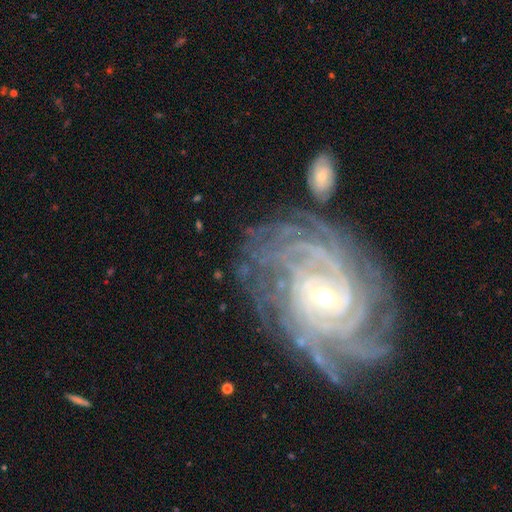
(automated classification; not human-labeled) Q: Smooth or featured?
A: featured or disk (90%); runner-up: star or artifact (6%)
Q: Edge-on disk?
A: no (97%); runner-up: yes (3%)
Q: Bar?
A: no (42%); runner-up: weak (39%)
Q: Spiral arms?
A: yes (98%); runner-up: no (2%)
Q: Spiral winding?
A: tight (78%); runner-up: medium (19%)
Q: Spiral arm count?
A: more than 4 (28%); runner-up: 4 (25%)
Q: Bulge size?
A: small (68%); runner-up: moderate (29%)
Q: Merging?
A: none (71%); runner-up: minor disturbance (17%)